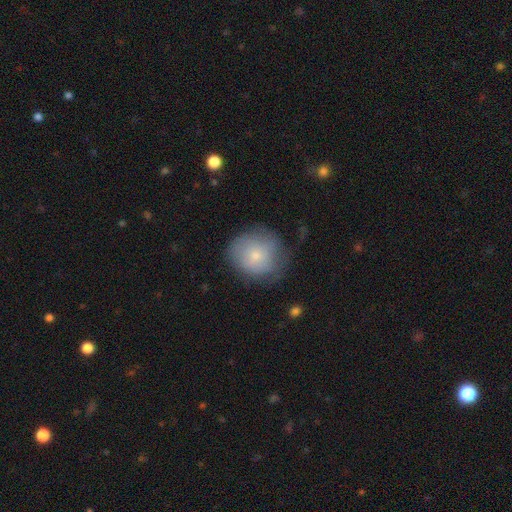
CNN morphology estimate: A smooth galaxy with no disk features (69%) that is round (84%). Merging: none (62%).